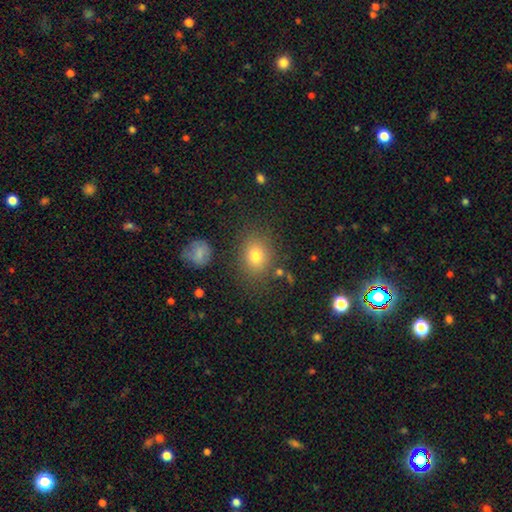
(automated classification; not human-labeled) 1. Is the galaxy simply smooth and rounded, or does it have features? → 76% smooth, 14% star or artifact, 10% featured or disk.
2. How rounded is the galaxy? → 53% round, 46% in between, 1% cigar-shaped.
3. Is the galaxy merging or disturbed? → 80% none, 12% minor disturbance, 4% major disturbance, 4% merger.